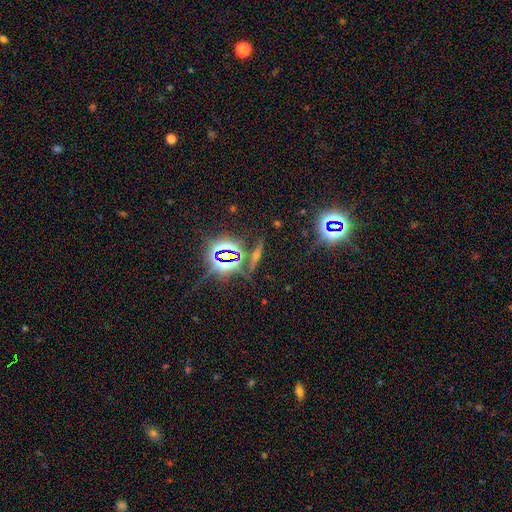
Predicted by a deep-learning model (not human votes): Smooth or featured: star or artifact — 64% (featured or disk — 22%)